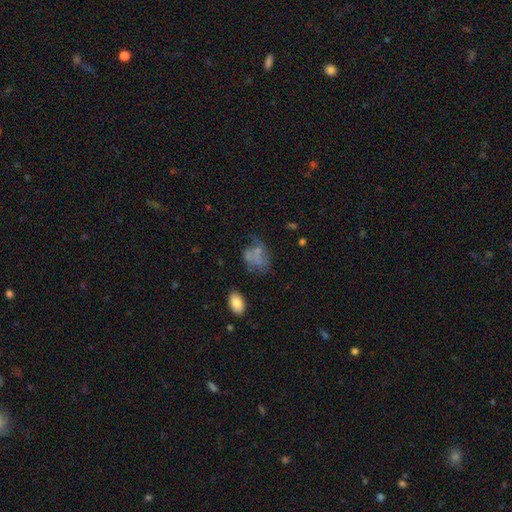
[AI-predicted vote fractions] Overall: smooth (49%; featured or disk 37%). Merging: major disturbance (36%; none 32%).